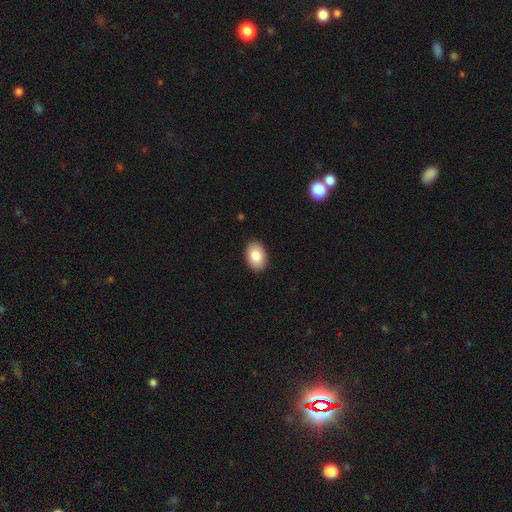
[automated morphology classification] smooth-or-featured: smooth: 84% | featured or disk: 9% | star or artifact: 7%
  how-rounded: in between: 87% | round: 12% | cigar-shaped: 1%
  merging: none: 90% | minor disturbance: 7% | major disturbance: 2% | merger: 1%